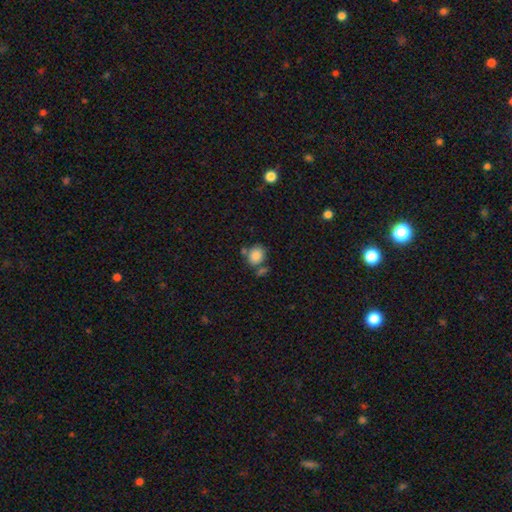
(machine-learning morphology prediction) Smooth or featured?
  - smooth: 85% *
  - star or artifact: 9%
  - featured or disk: 6%
How rounded?
  - round: 62% *
  - in between: 36%
  - cigar-shaped: 1%
Merging?
  - none: 58% *
  - merger: 21%
  - minor disturbance: 15%
  - major disturbance: 5%